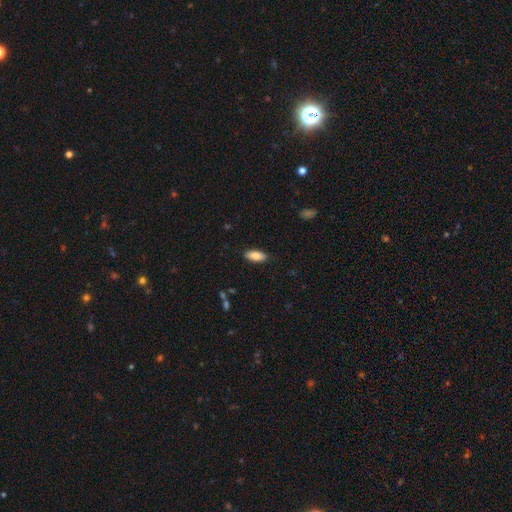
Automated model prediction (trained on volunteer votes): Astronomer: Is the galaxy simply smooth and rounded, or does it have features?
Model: smooth — 85%.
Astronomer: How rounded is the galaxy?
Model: in between — 85%.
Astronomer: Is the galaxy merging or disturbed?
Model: none — 87%.